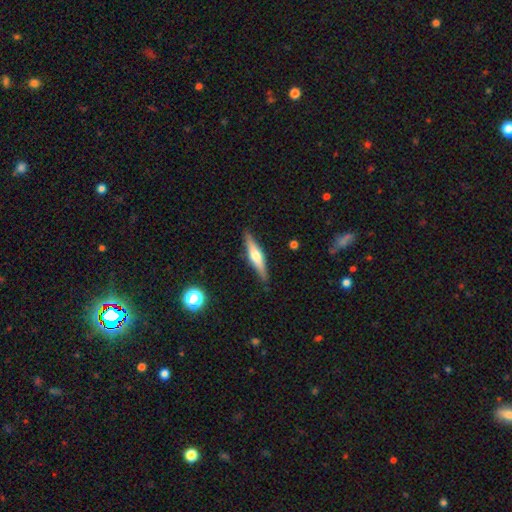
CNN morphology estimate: Overall: featured or disk (61%; smooth 33%). Edge-on disk: yes (96%). Edge-on bulge: rounded (88%). Merging: none (88%).